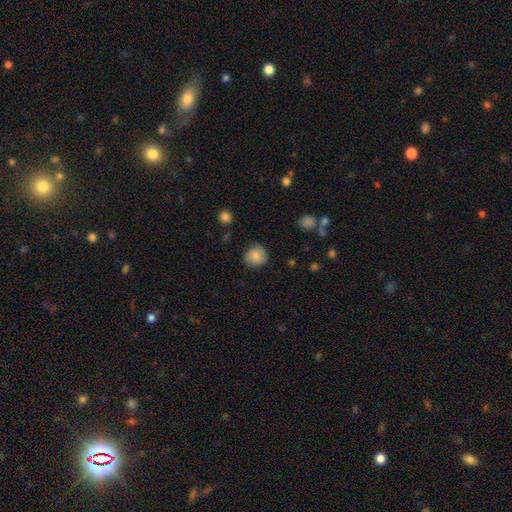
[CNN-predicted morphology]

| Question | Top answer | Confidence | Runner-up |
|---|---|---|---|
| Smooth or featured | smooth | 84% | star or artifact (8%) |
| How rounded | round | 89% | in between (10%) |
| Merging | none | 85% | minor disturbance (11%) |